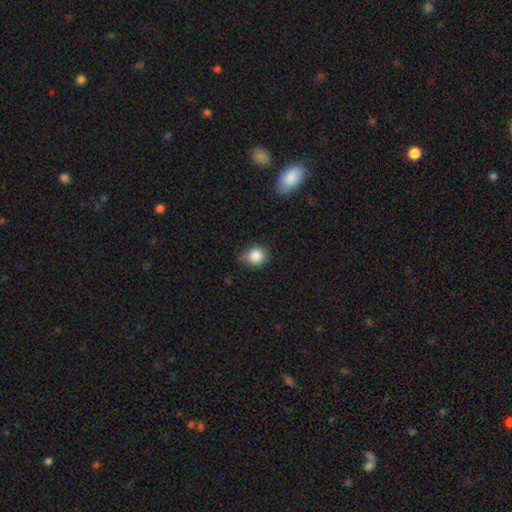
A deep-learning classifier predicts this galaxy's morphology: smooth 86%, star or artifact 10%, featured or disk 5%. Down the decision tree: how rounded — round (76%); merging — none (61%).